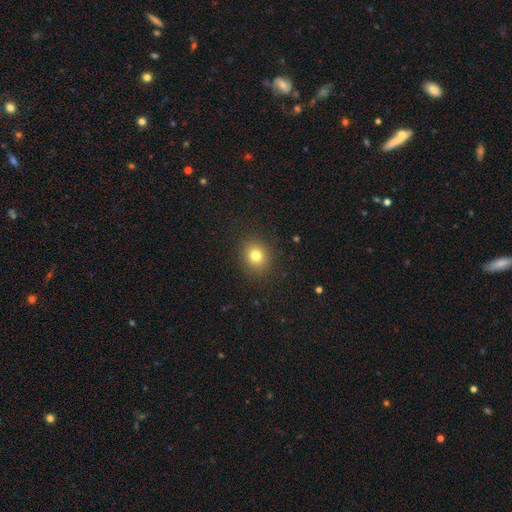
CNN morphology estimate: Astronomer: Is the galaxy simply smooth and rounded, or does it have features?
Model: smooth — 79%.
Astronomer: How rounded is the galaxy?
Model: round — 77%.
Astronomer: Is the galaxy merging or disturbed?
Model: none — 89%.